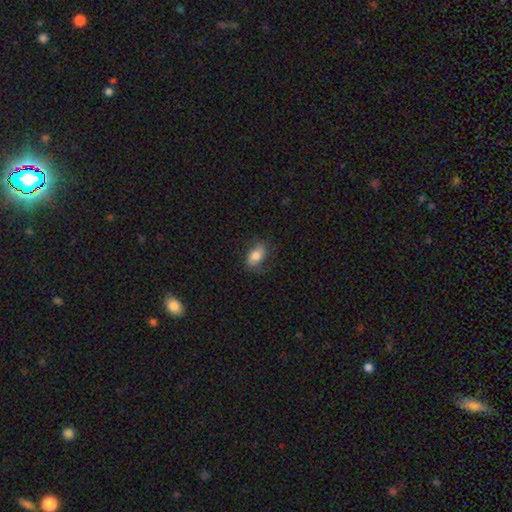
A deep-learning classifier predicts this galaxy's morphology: The model was most divided on "merging": none: 73%, minor disturbance: 19%, major disturbance: 7%, merger: 1%. More confident: how rounded — in between (89%); smooth or featured — smooth (77%).